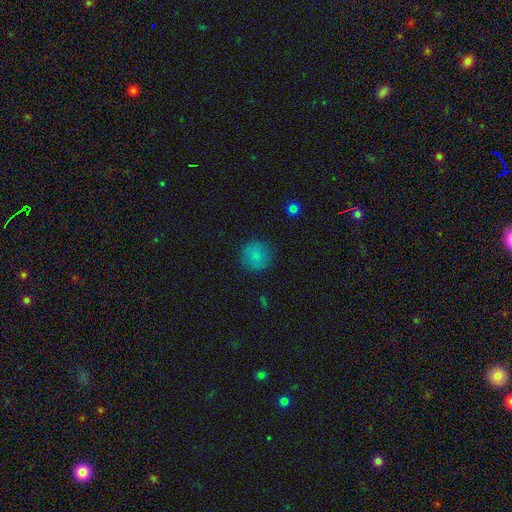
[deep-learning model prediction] Q: Smooth or featured?
A: smooth (83%); runner-up: star or artifact (12%)
Q: How rounded?
A: round (94%); runner-up: in between (5%)
Q: Merging?
A: none (87%); runner-up: minor disturbance (9%)